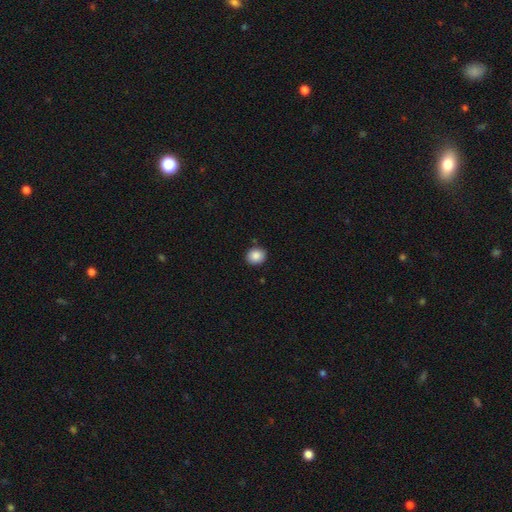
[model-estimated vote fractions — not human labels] This appears to be a smooth galaxy with no disk features (88%) that is round (69%). Merging: none (87%).